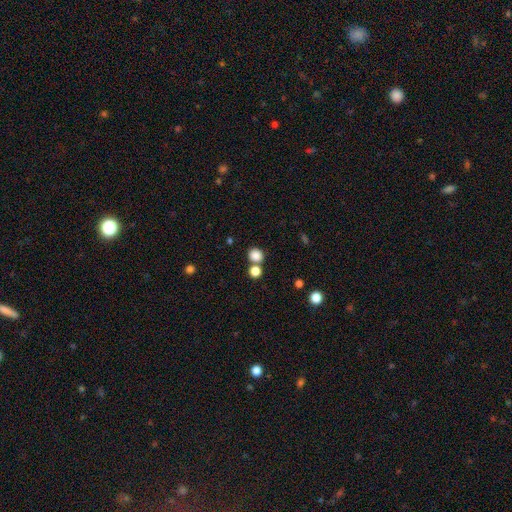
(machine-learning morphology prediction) This appears to be a smooth galaxy with no disk features (84%) that is round (82%). Merging: none (65%).